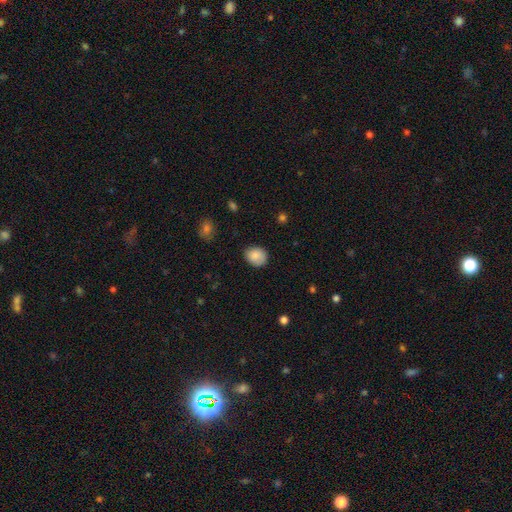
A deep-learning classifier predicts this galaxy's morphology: type=smooth (85%); roundness=round (65%); merging=none (80%).